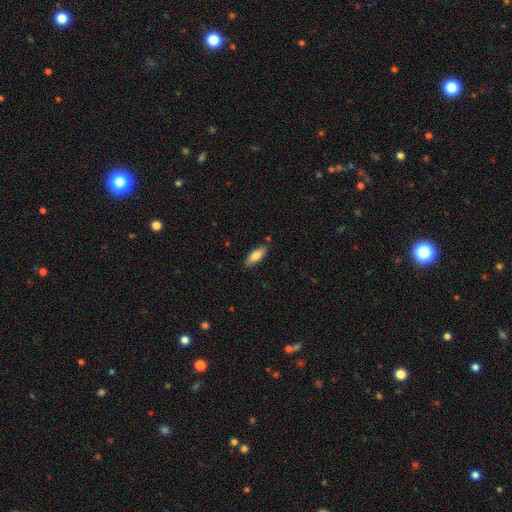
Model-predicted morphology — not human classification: smooth_or_featured: smooth (p=0.79) [alt: featured or disk p=0.15]
how_rounded: in between (p=0.72) [alt: cigar-shaped p=0.27]
merging: none (p=0.83) [alt: minor disturbance p=0.13]